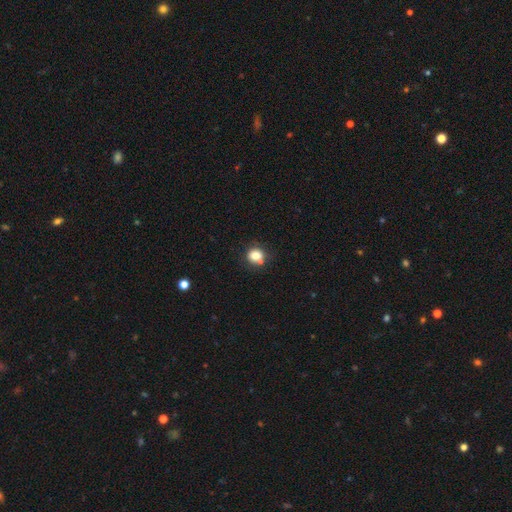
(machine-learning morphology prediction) smooth 80%, star or artifact 12%, featured or disk 8%. Down the decision tree: how rounded — round (82%); merging — none (71%).